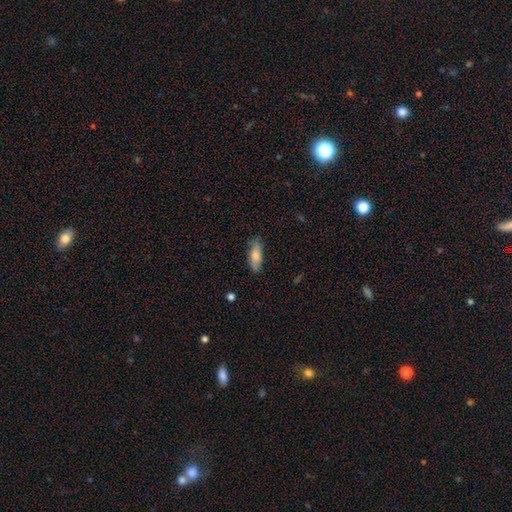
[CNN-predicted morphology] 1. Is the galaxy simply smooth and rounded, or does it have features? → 78% smooth, 16% featured or disk, 6% star or artifact.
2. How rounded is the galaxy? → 67% in between, 31% cigar-shaped, 2% round.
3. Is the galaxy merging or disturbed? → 82% none, 14% minor disturbance, 3% major disturbance, 1% merger.